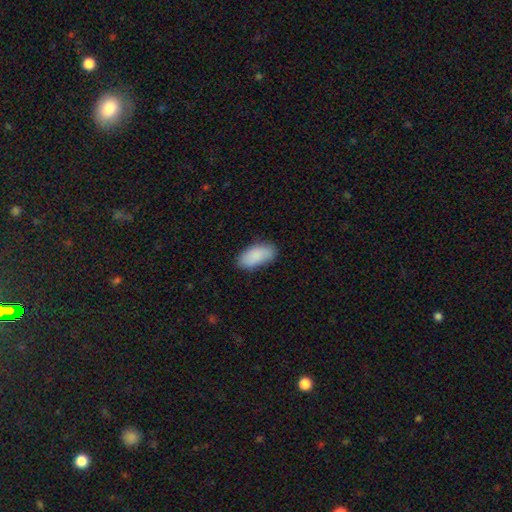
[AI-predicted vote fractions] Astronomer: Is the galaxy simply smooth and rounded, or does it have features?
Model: smooth — 88%.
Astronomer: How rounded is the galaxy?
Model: in between — 93%.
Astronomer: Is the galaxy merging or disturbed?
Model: none — 82%.